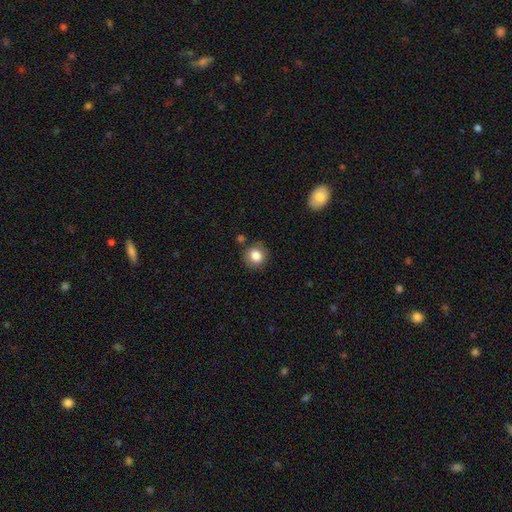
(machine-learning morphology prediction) smooth 82%, star or artifact 9%, featured or disk 8%. Down the decision tree: how rounded — round (84%); merging — none (80%).